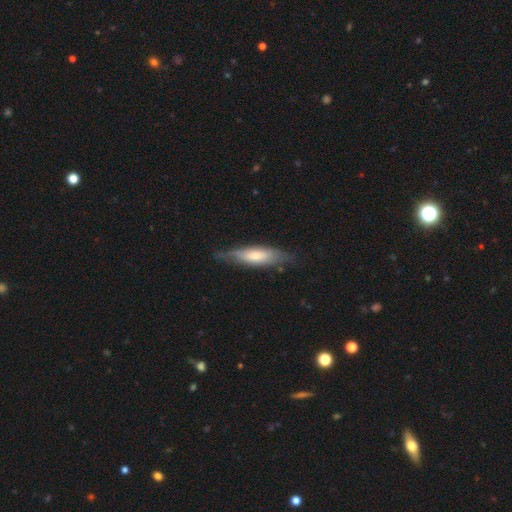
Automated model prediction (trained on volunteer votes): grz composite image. It shows a smooth galaxy with no disk features (56%) that is cigar-shaped (52%). Merging: none (64%).